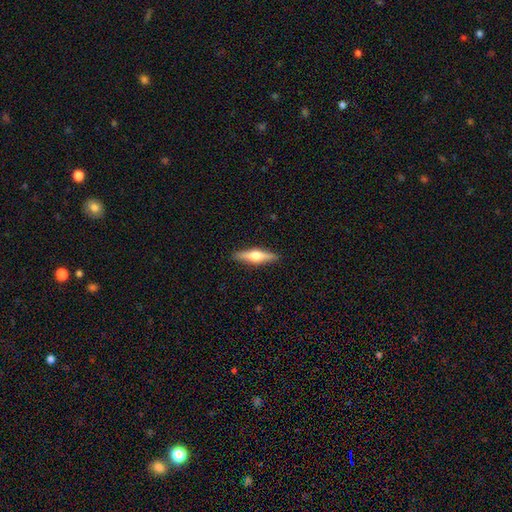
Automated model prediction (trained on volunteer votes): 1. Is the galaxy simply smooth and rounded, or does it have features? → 58% featured or disk, 36% smooth, 6% star or artifact.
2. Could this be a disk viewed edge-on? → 96% yes, 4% no.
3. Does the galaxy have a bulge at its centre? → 95% rounded, 3% boxy, 2% none.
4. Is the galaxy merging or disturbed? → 91% none, 7% minor disturbance, 2% major disturbance, 1% merger.